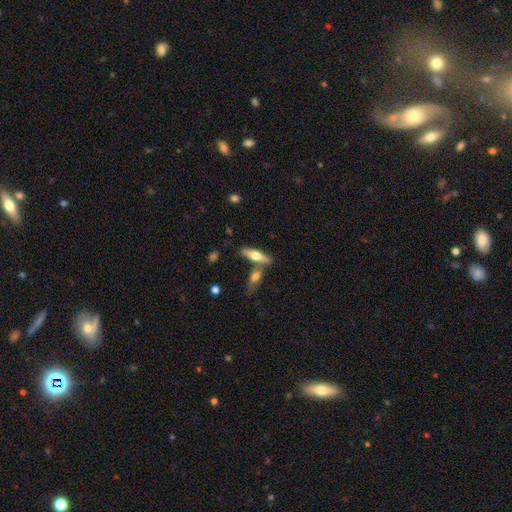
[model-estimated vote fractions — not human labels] Smooth or featured? Predicted: featured or disk (p=0.48). Merging? Predicted: none (p=0.64).